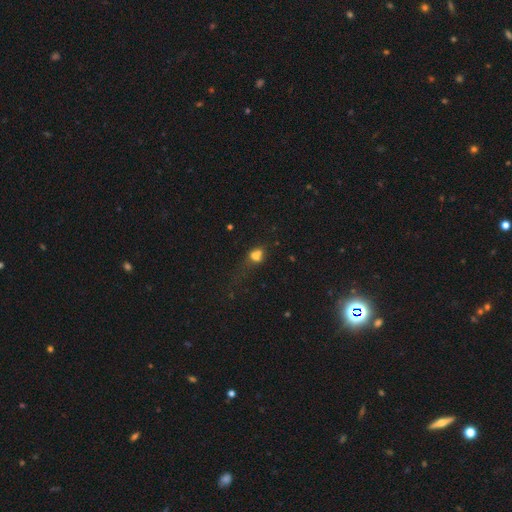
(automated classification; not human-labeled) The model was most divided on "how rounded": round: 54%, in between: 44%, cigar-shaped: 2%. Remaining: smooth or featured — smooth (66%); merging — merger (46%).